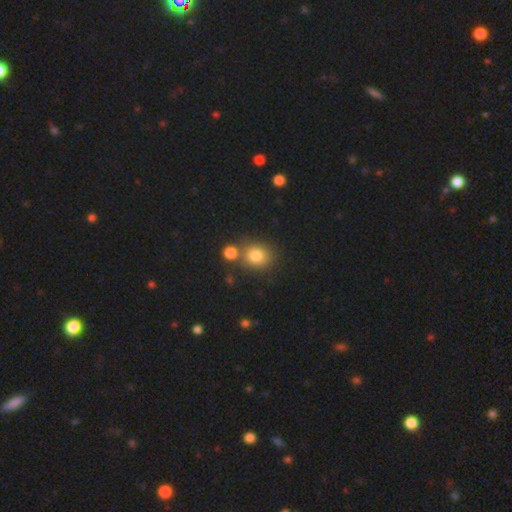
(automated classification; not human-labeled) Smooth or featured?
  - smooth: 79% *
  - star or artifact: 13%
  - featured or disk: 8%
How rounded?
  - round: 72% *
  - in between: 27%
  - cigar-shaped: 1%
Merging?
  - none: 65% *
  - merger: 21%
  - minor disturbance: 10%
  - major disturbance: 4%